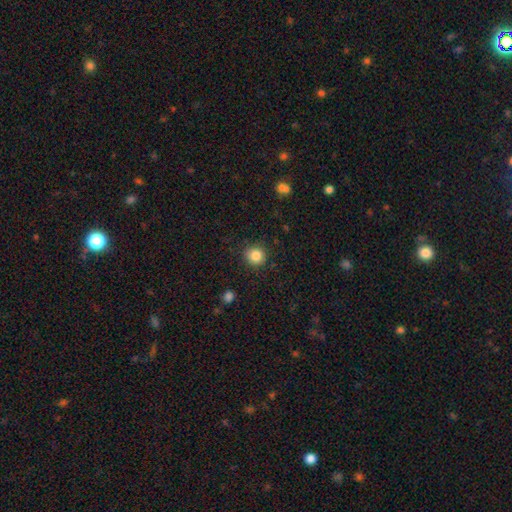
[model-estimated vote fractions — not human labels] Smooth or featured? smooth (85%)
How rounded? round (92%)
Merging? none (89%)